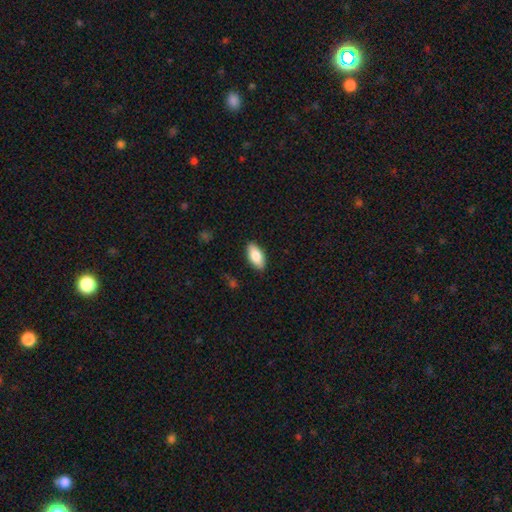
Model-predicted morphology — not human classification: smooth-or-featured: smooth: 82% | featured or disk: 12% | star or artifact: 6%
  how-rounded: in between: 90% | cigar-shaped: 8% | round: 3%
  merging: none: 88% | minor disturbance: 9% | major disturbance: 2% | merger: 1%